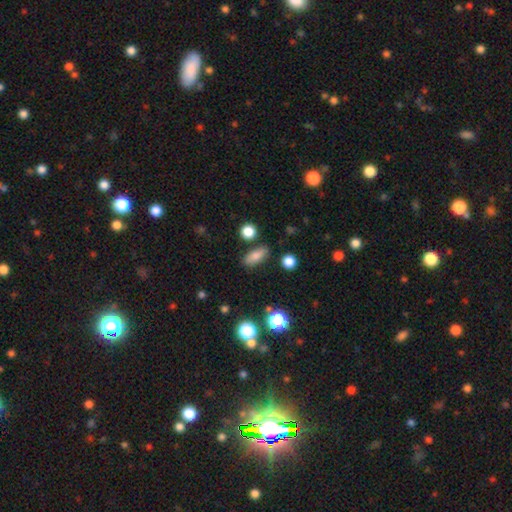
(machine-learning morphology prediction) Smooth or featured?
  - smooth: 78% *
  - featured or disk: 11%
  - star or artifact: 10%
How rounded?
  - in between: 74% *
  - cigar-shaped: 16%
  - round: 10%
Merging?
  - none: 82% *
  - minor disturbance: 11%
  - merger: 4%
  - major disturbance: 3%